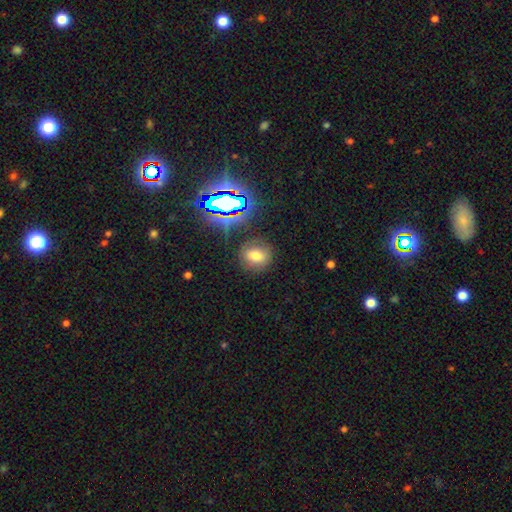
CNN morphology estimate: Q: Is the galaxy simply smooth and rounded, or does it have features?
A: smooth — 65%.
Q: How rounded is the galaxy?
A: round — 71%.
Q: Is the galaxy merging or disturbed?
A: none — 82%.